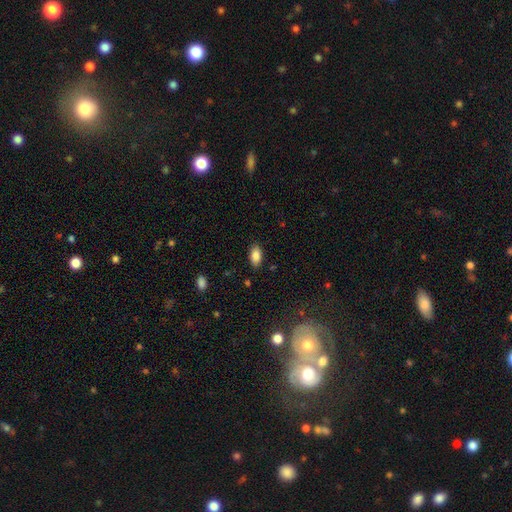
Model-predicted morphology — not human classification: Smooth or featured? smooth (87%)
How rounded? in between (92%)
Merging? none (86%)